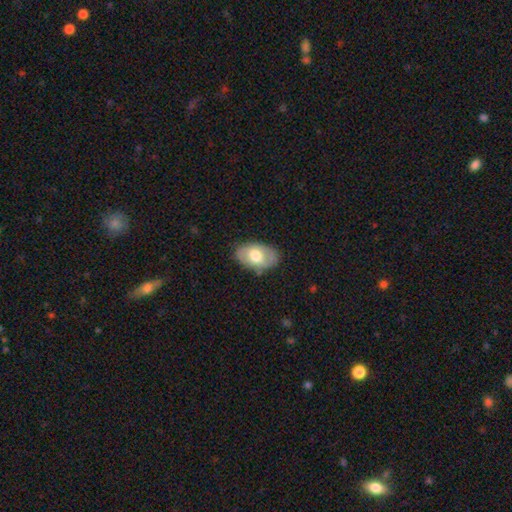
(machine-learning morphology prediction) type=smooth (63%); roundness=in between (91%); merging=none (80%).